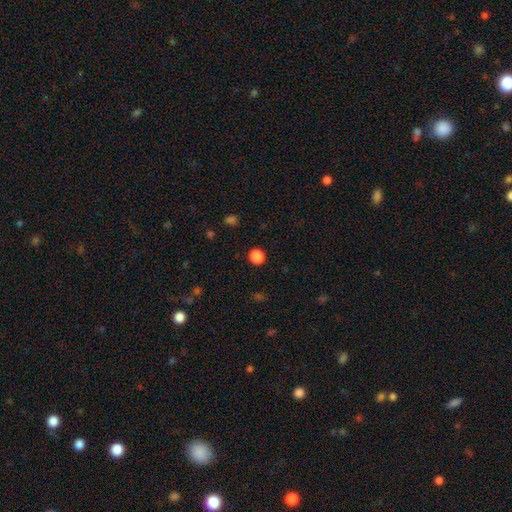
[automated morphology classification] A smooth galaxy with no disk features (85%) that is round (82%). Merging: none (91%).